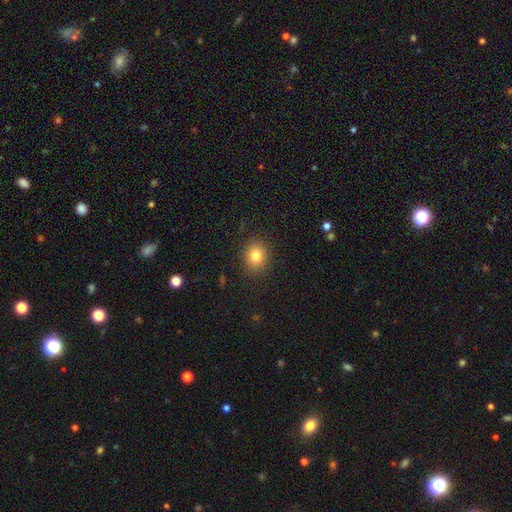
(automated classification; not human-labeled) Morphology: type=smooth (81%); roundness=round (68%); merging=none (88%).